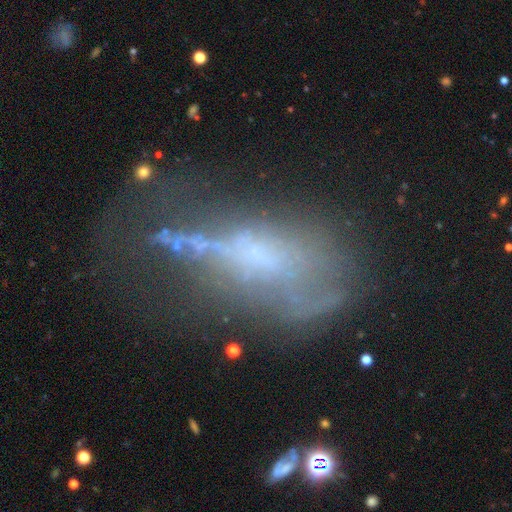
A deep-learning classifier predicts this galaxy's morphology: This appears to be a featured or disk galaxy (53%). Merging: major disturbance (37%).